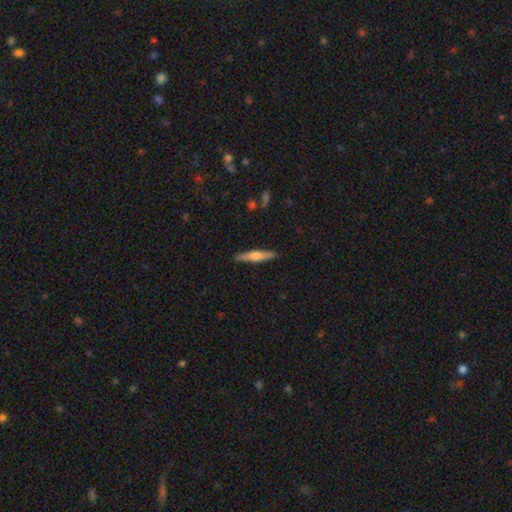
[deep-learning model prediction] smooth_or_featured: featured or disk (p=0.50) [alt: smooth p=0.45]
merging: none (p=0.90) [alt: minor disturbance p=0.07]